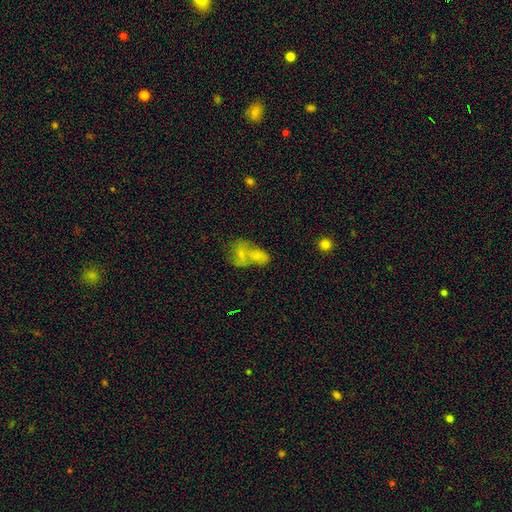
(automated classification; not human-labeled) Smooth or featured? smooth (59%)
How rounded? in between (78%)
Merging? merger (68%)